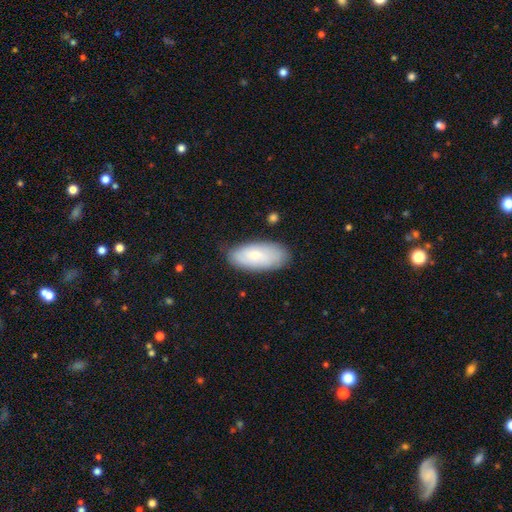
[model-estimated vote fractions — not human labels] smooth-or-featured: smooth: 71% | featured or disk: 23% | star or artifact: 6%
  how-rounded: in between: 90% | cigar-shaped: 8% | round: 2%
  merging: none: 80% | minor disturbance: 16% | major disturbance: 3% | merger: 1%